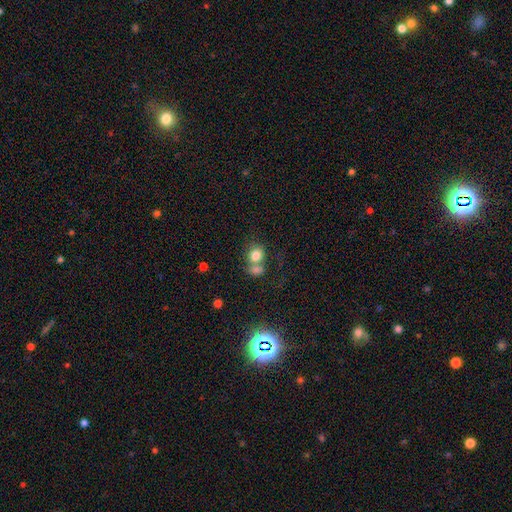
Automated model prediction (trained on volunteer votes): Morphology: type=smooth (79%); roundness=round (67%); merging=merger (48%).